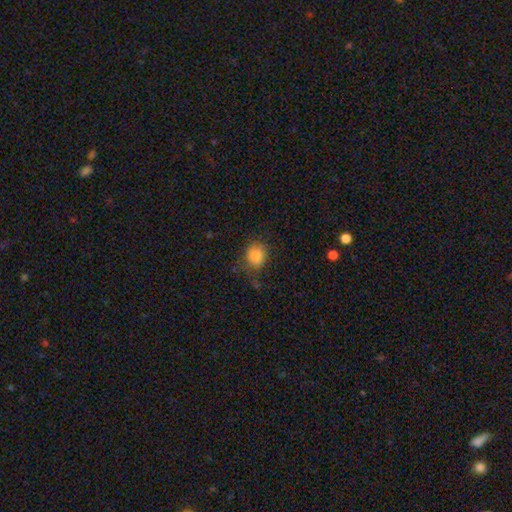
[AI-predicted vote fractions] Morphology: type=smooth (85%); roundness=round (75%); merging=none (64%).